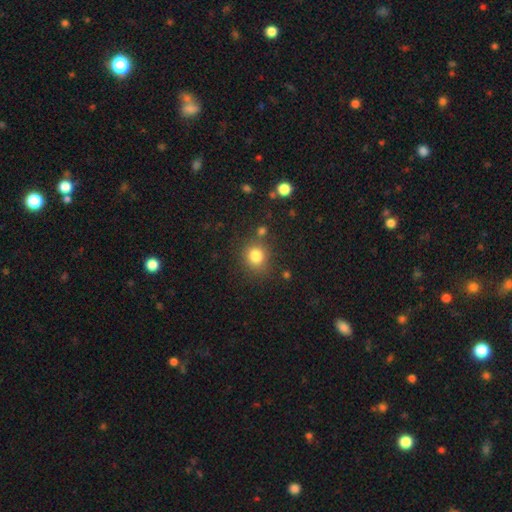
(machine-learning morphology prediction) Overall: smooth (81%). How rounded: round (80%). Merging: none (77%).